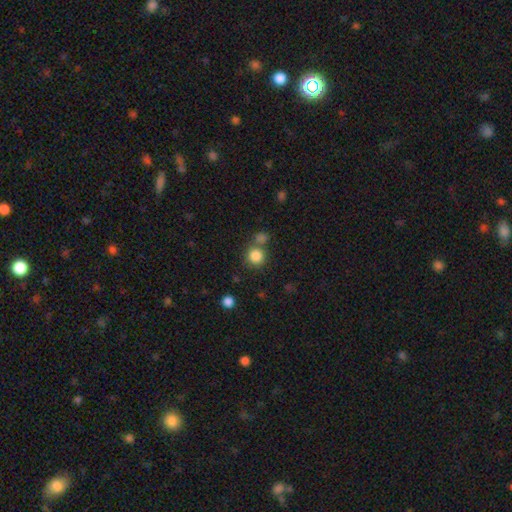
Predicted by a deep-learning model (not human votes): Morphology: type=smooth (84%); roundness=round (89%); merging=none (67%).